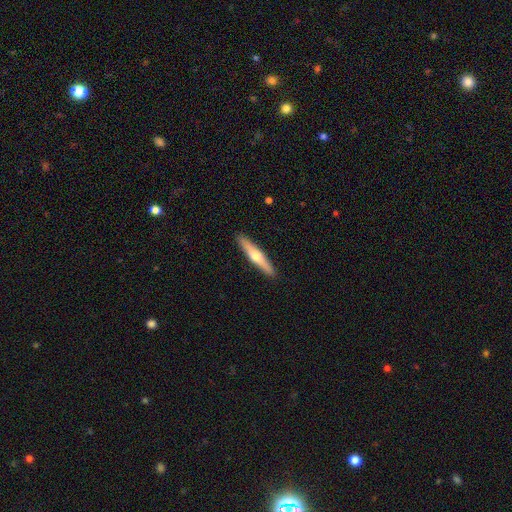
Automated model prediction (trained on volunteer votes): A featured or disk galaxy (52%) viewed edge-on (96%). Merging: none (91%).